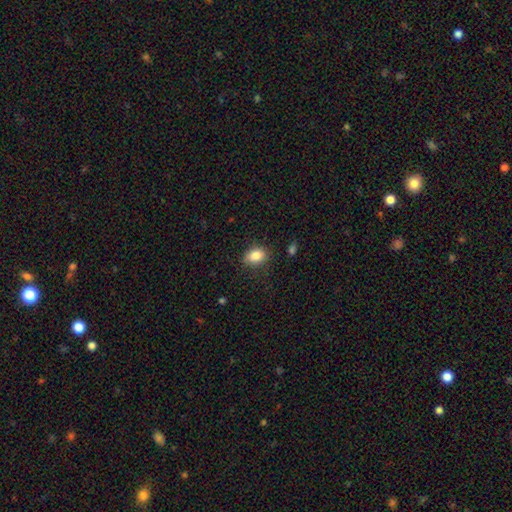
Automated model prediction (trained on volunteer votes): smooth 86%, star or artifact 9%, featured or disk 6%. Down the decision tree: how rounded — in between (79%); merging — none (82%).